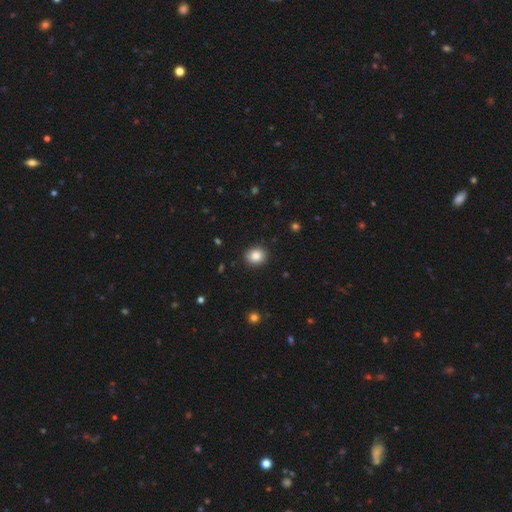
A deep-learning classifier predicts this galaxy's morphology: Q: Smooth or featured?
A: smooth (86%); runner-up: star or artifact (9%)
Q: How rounded?
A: round (66%); runner-up: in between (33%)
Q: Merging?
A: none (89%); runner-up: minor disturbance (8%)